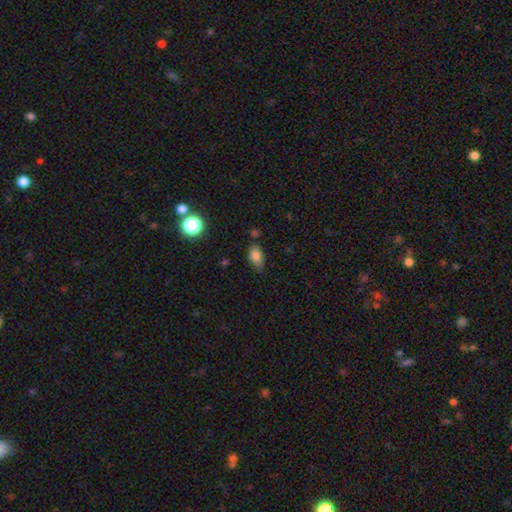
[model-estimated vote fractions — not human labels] A smooth galaxy with no disk features (81%) that is in between round and cigar-shaped (87%).

Vote fractions:
- Smooth or featured? smooth: 81% / star or artifact: 11% / featured or disk: 7%
- How rounded? in between: 87% / round: 10% / cigar-shaped: 3%
- Merging? none: 64% / minor disturbance: 27% / major disturbance: 5% / merger: 5%